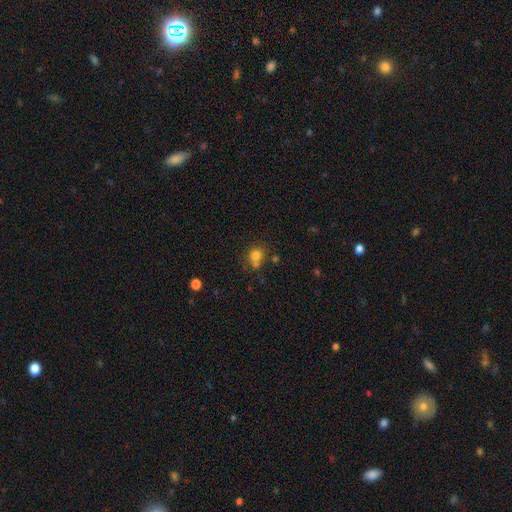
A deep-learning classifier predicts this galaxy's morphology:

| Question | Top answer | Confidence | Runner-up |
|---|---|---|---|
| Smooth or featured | smooth | 76% | star or artifact (15%) |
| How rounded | round | 83% | in between (16%) |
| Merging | none | 55% | merger (31%) |